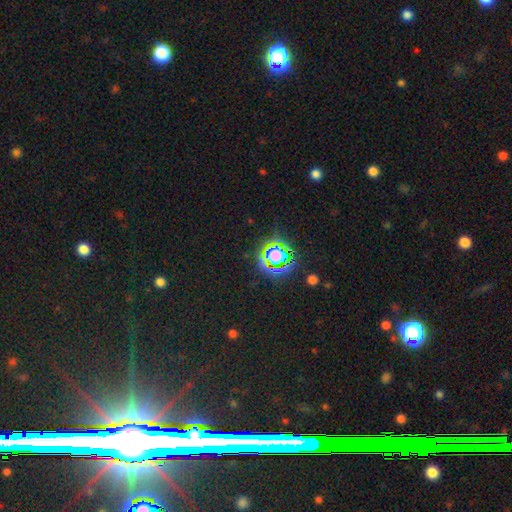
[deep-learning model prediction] A star or artifact, not a galaxy (80%).

Vote fractions:
- Smooth or featured? star or artifact: 80% / smooth: 12% / featured or disk: 8%